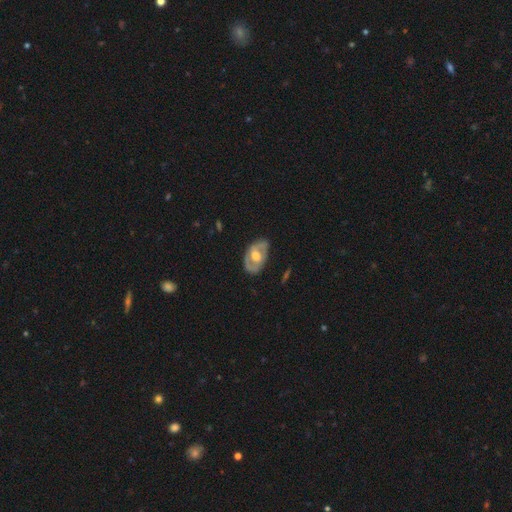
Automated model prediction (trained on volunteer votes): This is likely a featured or disk galaxy (68%). It is clearly not viewed edge-on (92%). Bar: possibly no (58%). Spiral arm pattern: possibly yes (51%). Central bulge: possibly moderate (57%). Merging: likely none (75%).